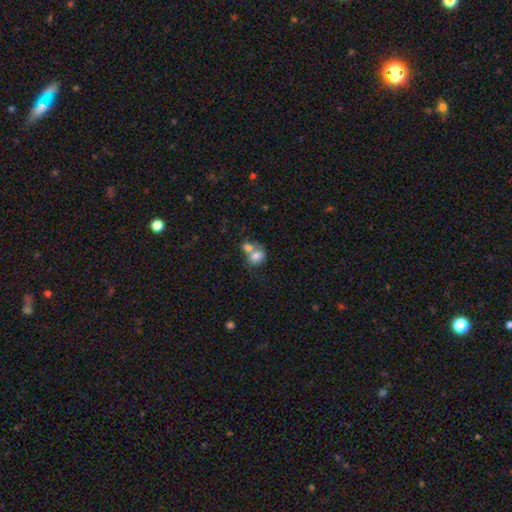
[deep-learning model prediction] smooth-or-featured: smooth: 74% | featured or disk: 18% | star or artifact: 9%
  how-rounded: in between: 53% | round: 46% | cigar-shaped: 1%
  merging: merger: 61% | none: 24% | minor disturbance: 9% | major disturbance: 5%